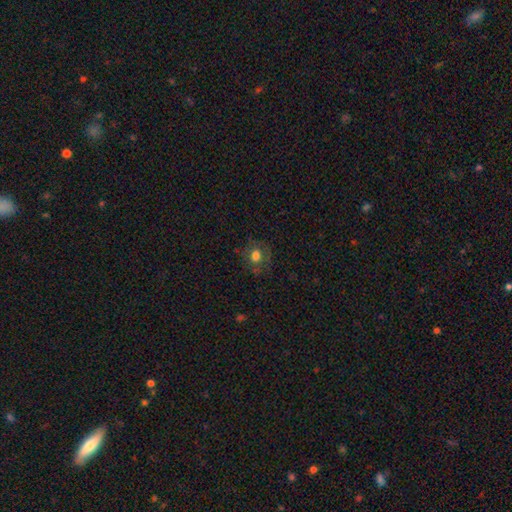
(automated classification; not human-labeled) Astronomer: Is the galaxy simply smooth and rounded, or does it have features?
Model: smooth — 67%.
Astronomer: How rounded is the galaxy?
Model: round — 70%.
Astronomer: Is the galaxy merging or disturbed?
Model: none — 72%.